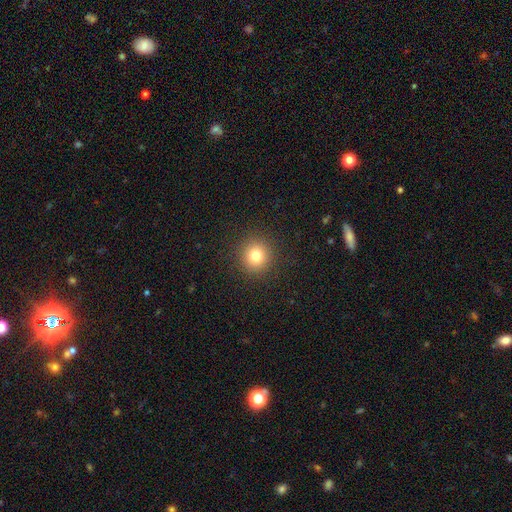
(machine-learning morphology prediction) Overall: smooth (79%). How rounded: round (93%). Merging: none (91%).